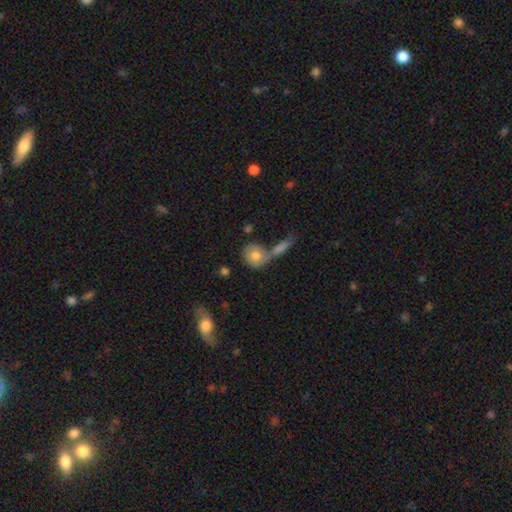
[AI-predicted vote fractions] Smooth or featured: smooth — 76% (featured or disk — 16%)
How rounded: round — 73% (in between — 24%)
Merging: none — 42% (merger — 39%)